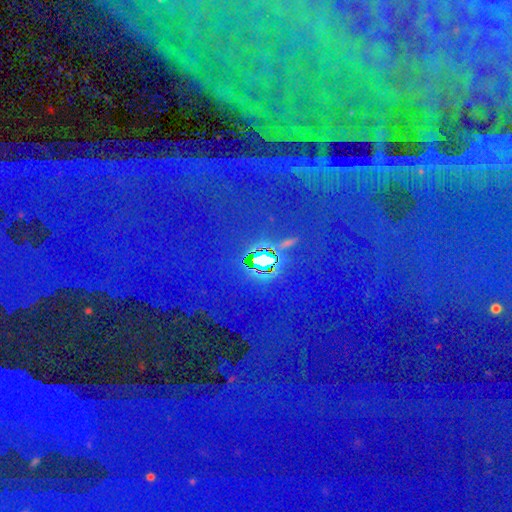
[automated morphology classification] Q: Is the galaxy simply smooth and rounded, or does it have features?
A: star or artifact — 83%.